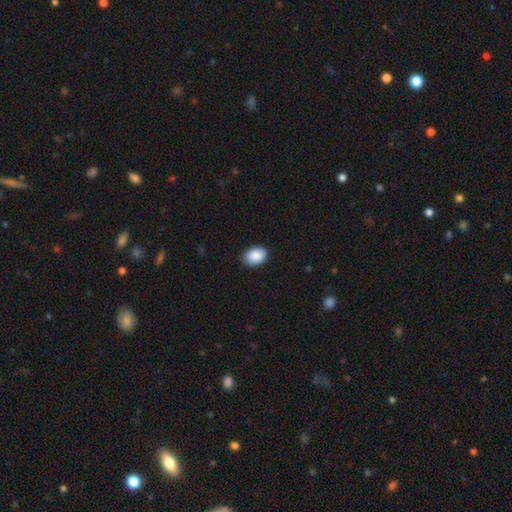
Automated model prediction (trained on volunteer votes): This is clearly a smooth galaxy (90%). How rounded: clearly in between (81%). Merging: clearly none (86%).